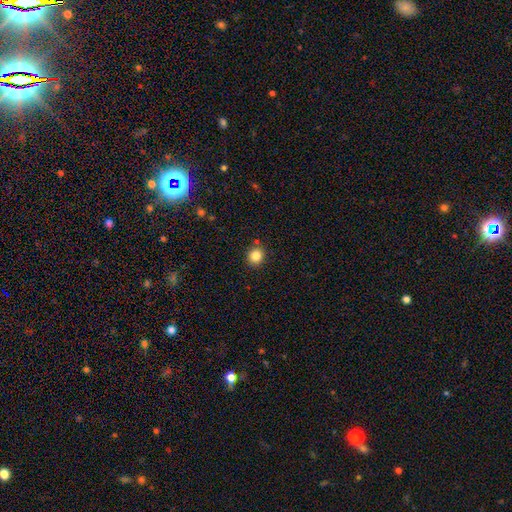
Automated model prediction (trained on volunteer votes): Smooth or featured? Predicted: smooth (p=0.83). How rounded? Predicted: round (p=0.84). Merging? Predicted: none (p=0.89).